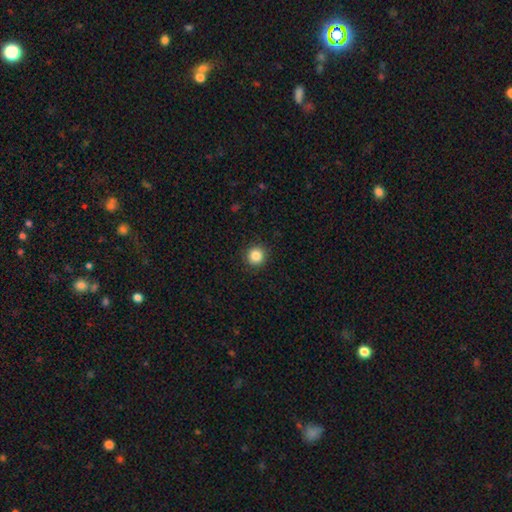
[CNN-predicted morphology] This is clearly a smooth galaxy (85%). How rounded: clearly round (94%). Merging: clearly none (92%).